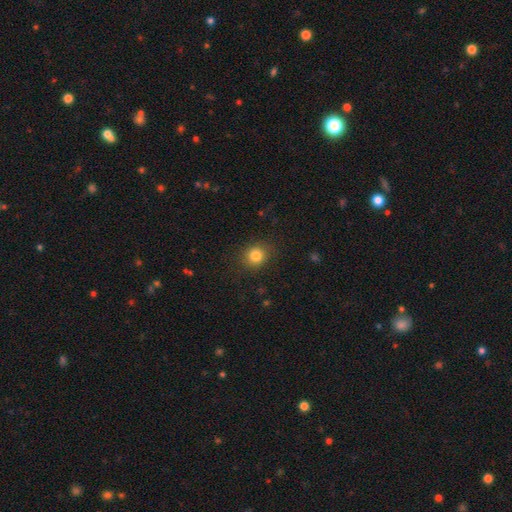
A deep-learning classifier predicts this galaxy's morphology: This is clearly a smooth galaxy (83%). How rounded: clearly round (81%). Merging: clearly none (86%).